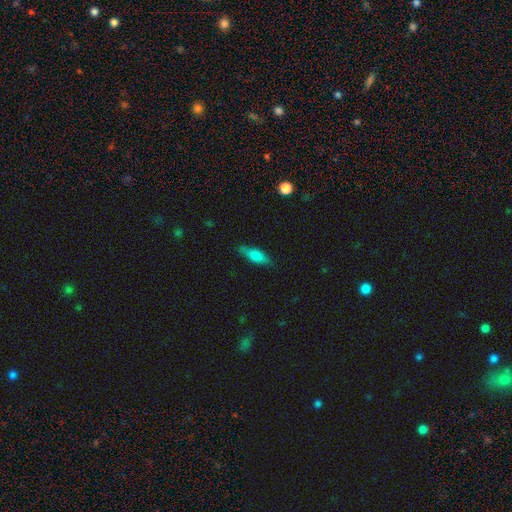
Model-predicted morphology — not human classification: type=smooth (70%); roundness=in between (49%); merging=none (80%).